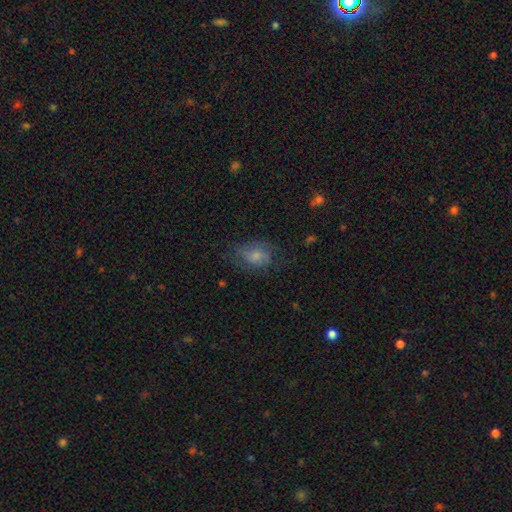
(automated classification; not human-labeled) smooth_or_featured: smooth (p=0.70) [alt: featured or disk p=0.21]
how_rounded: in between (p=0.70) [alt: round p=0.29]
merging: none (p=0.57) [alt: minor disturbance p=0.26]